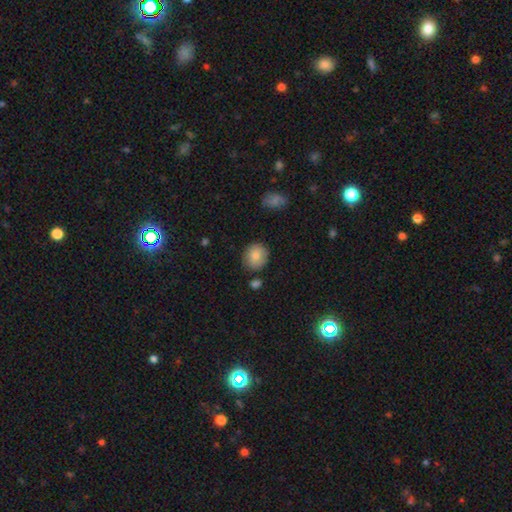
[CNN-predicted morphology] The model was most divided on "how rounded": round: 83%, in between: 16%, cigar-shaped: 1%. More confident: smooth or featured — smooth (81%); merging — none (80%).